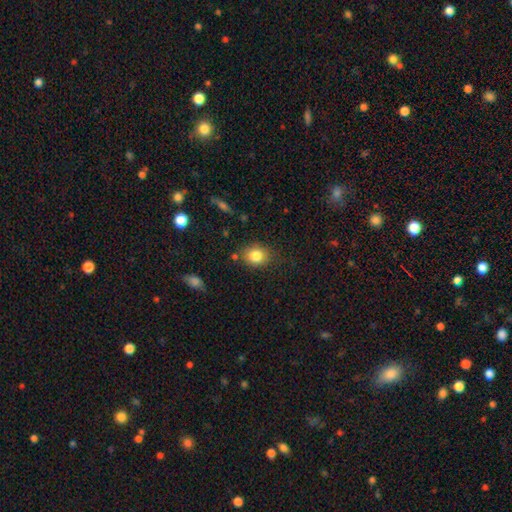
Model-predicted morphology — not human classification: Q: Smooth or featured?
A: smooth (82%); runner-up: star or artifact (10%)
Q: How rounded?
A: round (55%); runner-up: in between (44%)
Q: Merging?
A: none (77%); runner-up: minor disturbance (16%)